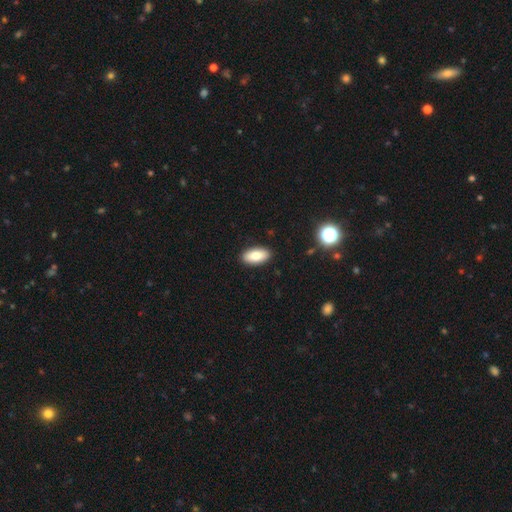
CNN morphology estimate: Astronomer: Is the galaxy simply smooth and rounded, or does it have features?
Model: smooth — 81%.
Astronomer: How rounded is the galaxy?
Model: in between — 91%.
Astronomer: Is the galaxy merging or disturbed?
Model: none — 90%.